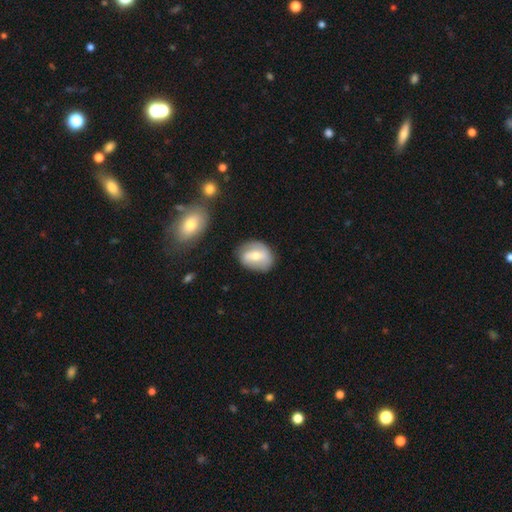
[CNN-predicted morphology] A featured or disk galaxy (48%). Merging: none (75%).